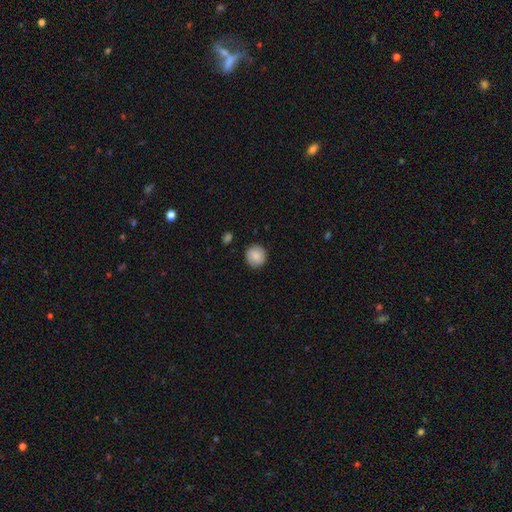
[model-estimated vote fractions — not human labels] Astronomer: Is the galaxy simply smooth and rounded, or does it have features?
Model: smooth — 82%.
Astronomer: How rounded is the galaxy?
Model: round — 90%.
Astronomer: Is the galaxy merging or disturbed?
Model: none — 89%.